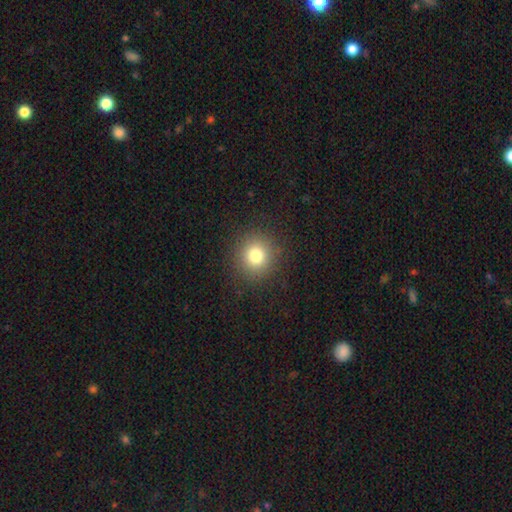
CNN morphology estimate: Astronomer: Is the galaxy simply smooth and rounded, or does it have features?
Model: smooth — 78%.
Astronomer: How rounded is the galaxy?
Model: round — 91%.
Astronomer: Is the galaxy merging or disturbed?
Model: none — 90%.